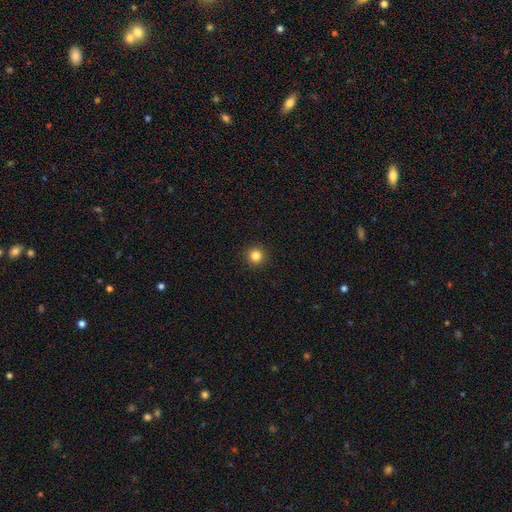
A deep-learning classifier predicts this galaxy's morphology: A smooth galaxy with no disk features (83%) that is round (96%). Merging: none (93%).